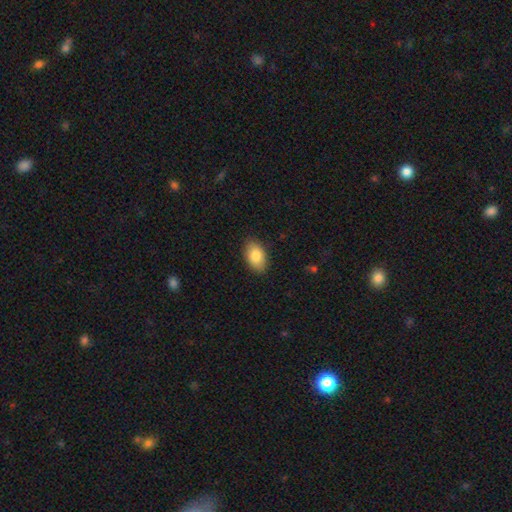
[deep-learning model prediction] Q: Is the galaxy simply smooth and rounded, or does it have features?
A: smooth — 85%.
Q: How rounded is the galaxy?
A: in between — 92%.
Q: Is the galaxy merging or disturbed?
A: none — 87%.